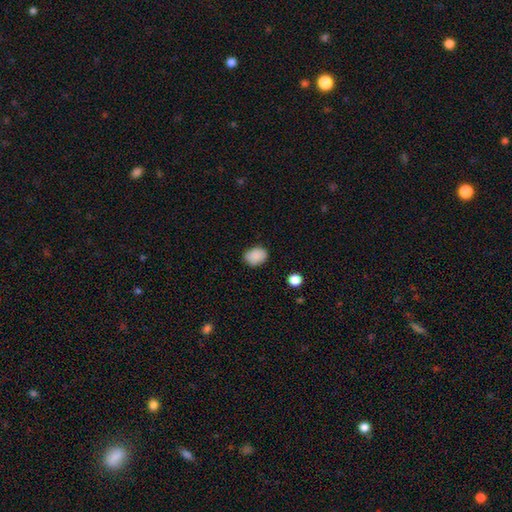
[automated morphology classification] type=smooth (88%); roundness=in between (66%); merging=none (82%).